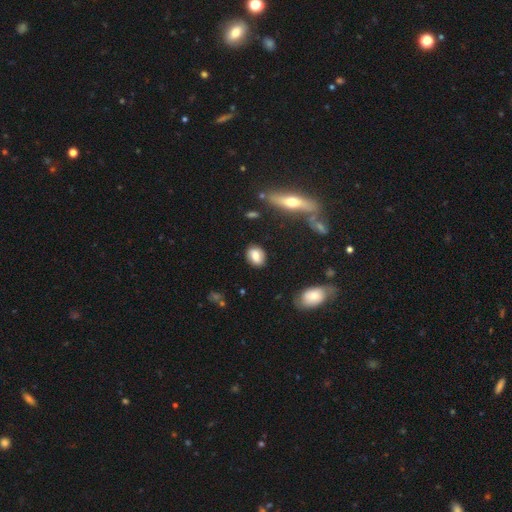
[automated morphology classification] Smooth or featured?
  - smooth: 73% *
  - featured or disk: 19%
  - star or artifact: 8%
How rounded?
  - in between: 62% *
  - round: 36%
  - cigar-shaped: 3%
Merging?
  - none: 84% *
  - minor disturbance: 11%
  - major disturbance: 3%
  - merger: 2%